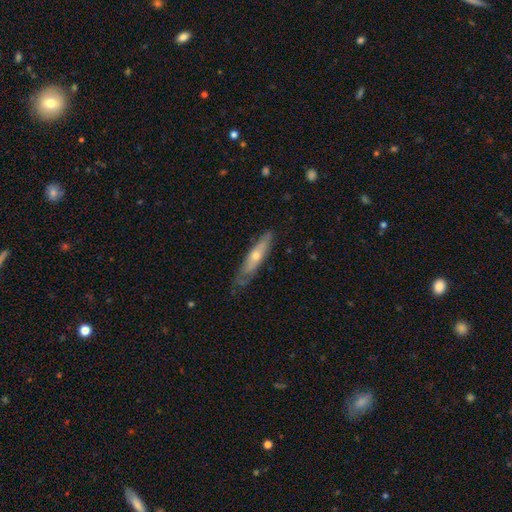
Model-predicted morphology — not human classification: featured or disk 52%, smooth 42%, star or artifact 6%. Down the decision tree: edge-on disk — yes (60%); merging — none (66%).